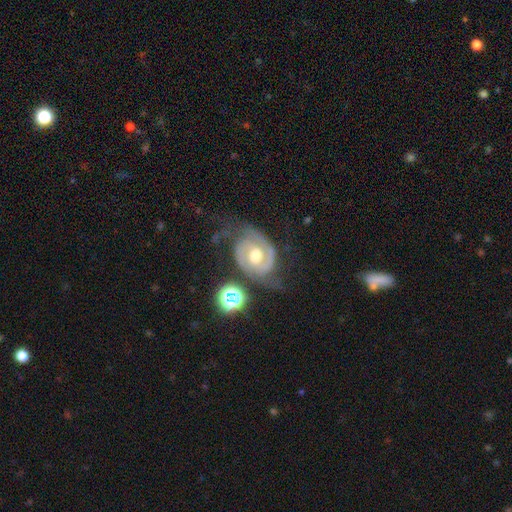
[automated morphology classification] smooth-or-featured: featured or disk: 87% | smooth: 7% | star or artifact: 6%
  disk-edge-on: no: 97% | yes: 3%
    bar: no: 54% | weak: 35% | strong: 12%
    has-spiral-arms: yes: 96% | no: 4%
      spiral-winding: tight: 47% | medium: 40% | loose: 13%
      spiral-arm-count: 2: 81% | can't tell: 7% | 3: 5% | 1: 3% | 4: 2% | more than 4: 2%
    bulge-size: moderate: 77% | small: 14% | large: 6% | none: 1% | dominant: 1%
  merging: none: 57% | minor disturbance: 22% | major disturbance: 16% | merger: 4%